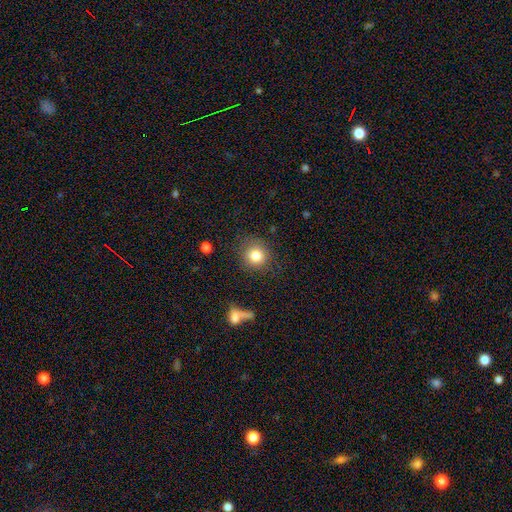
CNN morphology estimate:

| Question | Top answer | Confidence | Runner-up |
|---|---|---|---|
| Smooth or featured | smooth | 81% | star or artifact (11%) |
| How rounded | round | 89% | in between (10%) |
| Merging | none | 83% | minor disturbance (10%) |